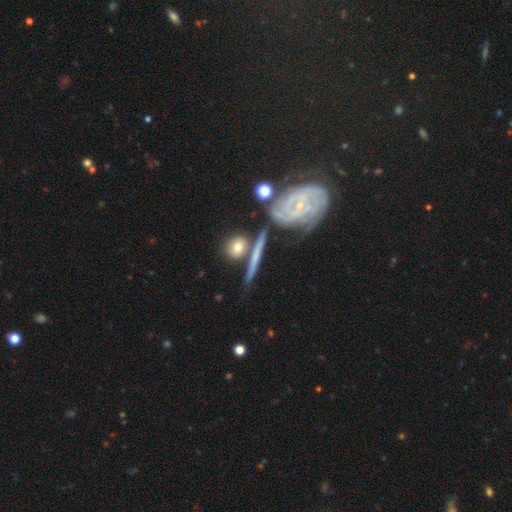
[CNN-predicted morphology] Smooth or featured? Predicted: featured or disk (p=0.59). Edge-on disk? Predicted: yes (p=0.56). Merging? Predicted: none (p=0.65).